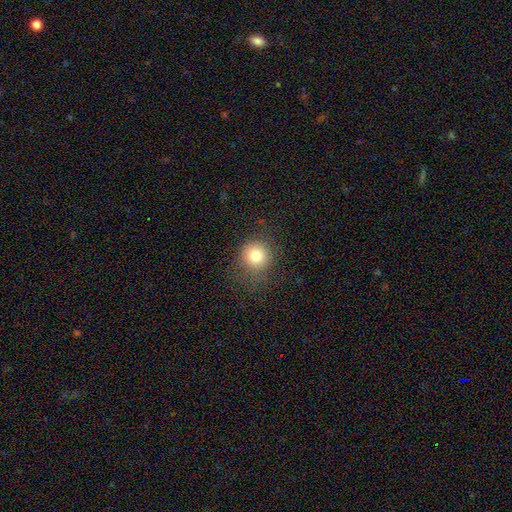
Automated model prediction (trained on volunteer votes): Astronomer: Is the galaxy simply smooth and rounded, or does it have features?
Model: smooth — 81%.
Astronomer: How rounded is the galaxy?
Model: round — 89%.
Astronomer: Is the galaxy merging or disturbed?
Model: none — 80%.